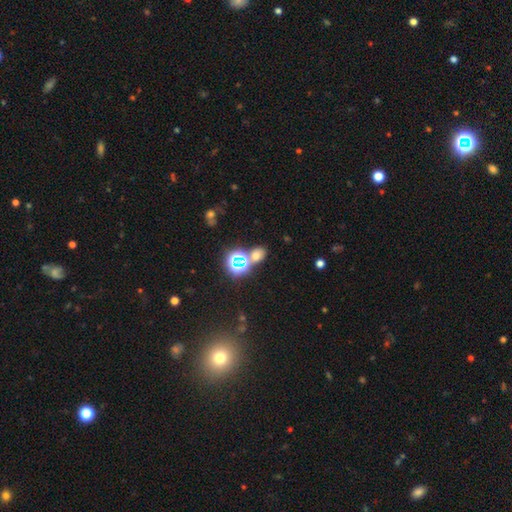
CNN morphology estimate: Q: Smooth or featured?
A: smooth (56%); runner-up: star or artifact (36%)
Q: How rounded?
A: in between (59%); runner-up: round (39%)
Q: Merging?
A: none (68%); runner-up: merger (17%)